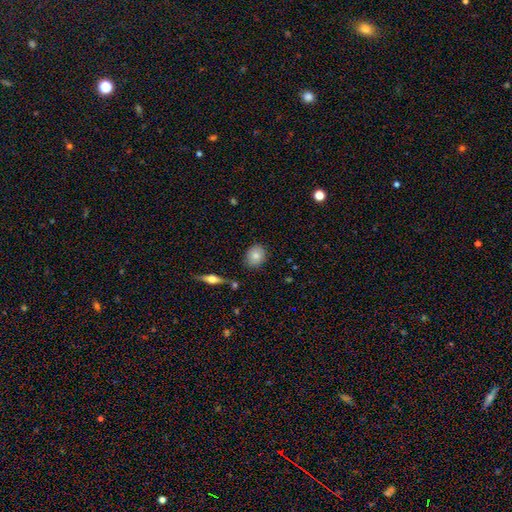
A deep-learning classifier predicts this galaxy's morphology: A smooth galaxy with no disk features (80%) that is round (60%). Merging: none (85%).